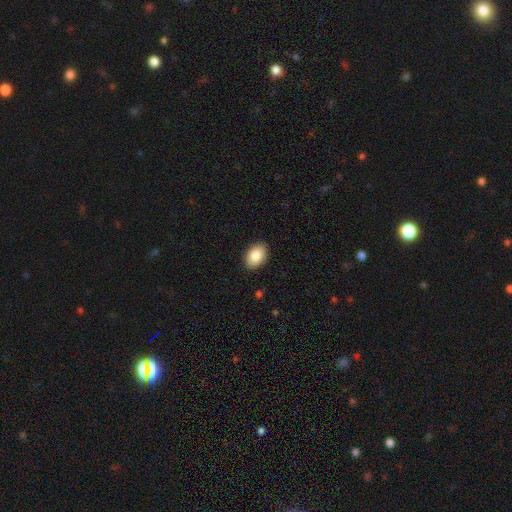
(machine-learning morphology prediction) Overall: smooth (85%). How rounded: in between (86%). Merging: none (90%).